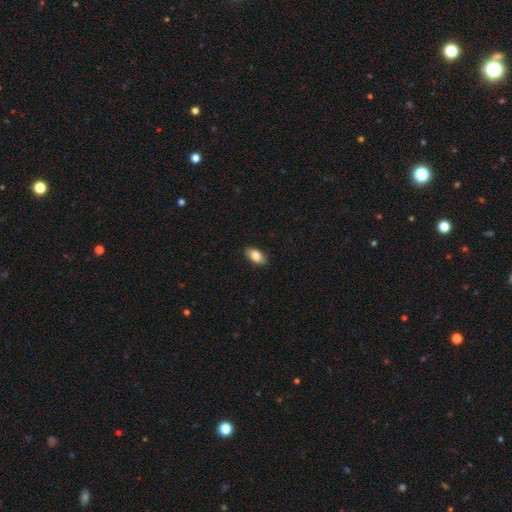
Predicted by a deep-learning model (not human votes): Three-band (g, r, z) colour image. It shows a smooth galaxy with no disk features (82%) that is in between round and cigar-shaped (92%). Merging: none (88%).